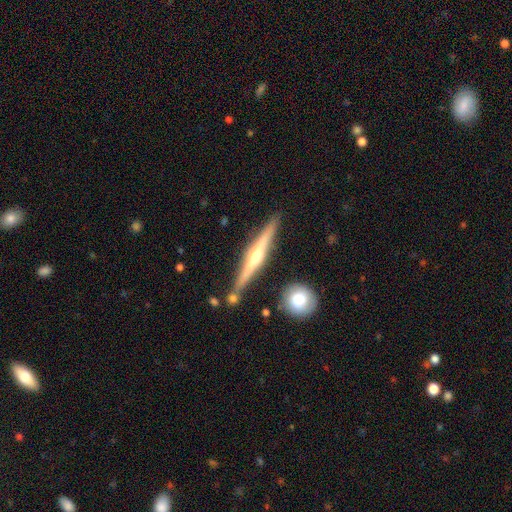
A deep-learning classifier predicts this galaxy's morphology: featured or disk 76%, smooth 19%, star or artifact 6%. Down the decision tree: edge-on disk — yes (98%); edge-on bulge — rounded (89%); merging — none (84%).